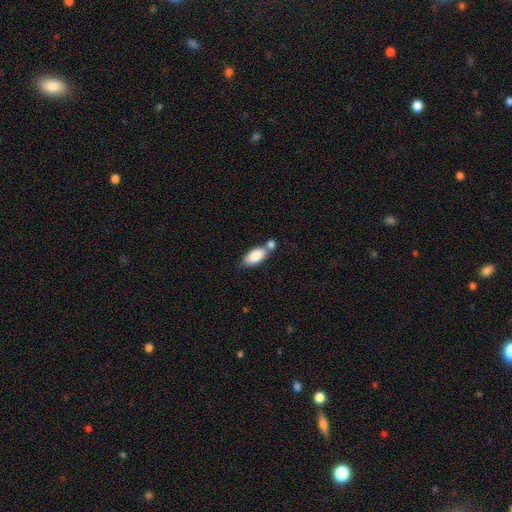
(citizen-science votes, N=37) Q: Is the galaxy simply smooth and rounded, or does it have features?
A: smooth — 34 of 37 (92%).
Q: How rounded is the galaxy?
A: in between — 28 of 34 (82%).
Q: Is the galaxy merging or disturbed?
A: merger — 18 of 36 (50%).